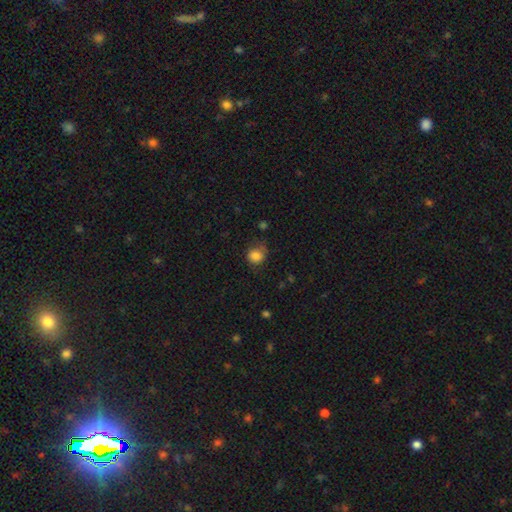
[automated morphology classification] Smooth or featured? smooth (83%)
How rounded? round (75%)
Merging? none (60%)